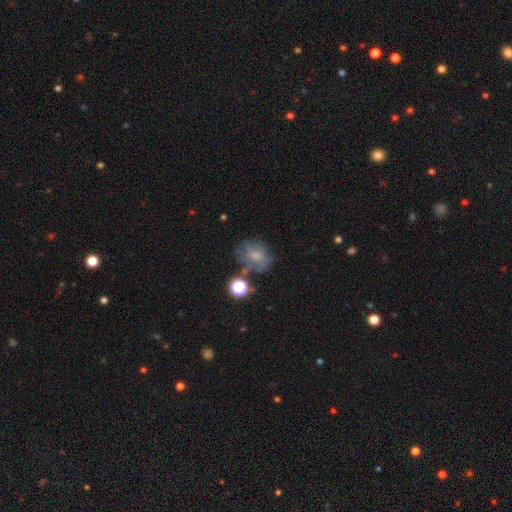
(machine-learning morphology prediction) type=smooth (58%); roundness=round (51%); merging=none (48%).